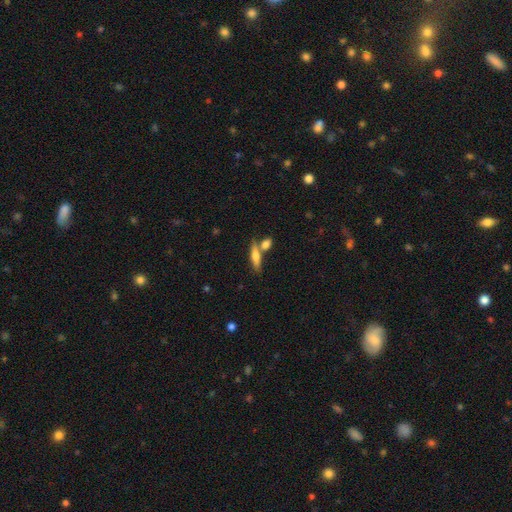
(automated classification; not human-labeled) Overall: smooth (59%; featured or disk 33%). How rounded: cigar-shaped (67%; in between 28%). Merging: none (59%; merger 27%).